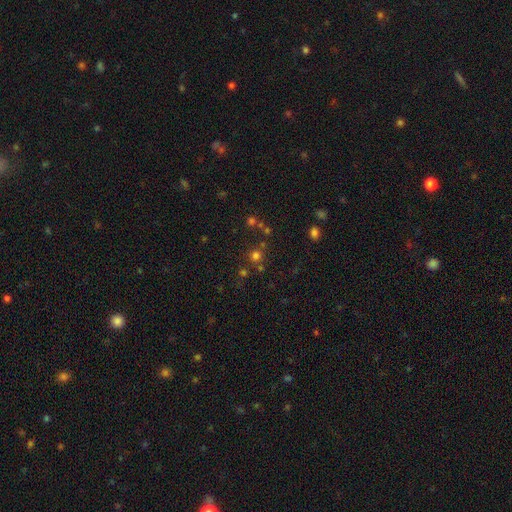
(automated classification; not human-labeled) smooth_or_featured: smooth (p=0.65) [alt: star or artifact p=0.28]
how_rounded: round (p=0.91) [alt: in between p=0.08]
merging: none (p=0.74) [alt: merger p=0.15]